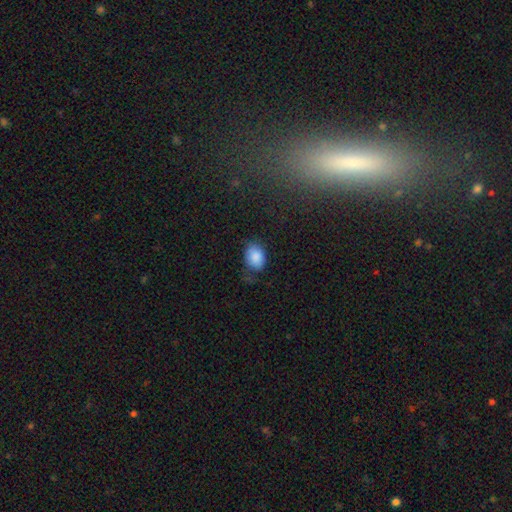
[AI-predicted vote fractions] smooth-or-featured: smooth: 85% | star or artifact: 8% | featured or disk: 8%
  how-rounded: in between: 75% | round: 24% | cigar-shaped: 1%
  merging: none: 59% | minor disturbance: 28% | major disturbance: 10% | merger: 2%